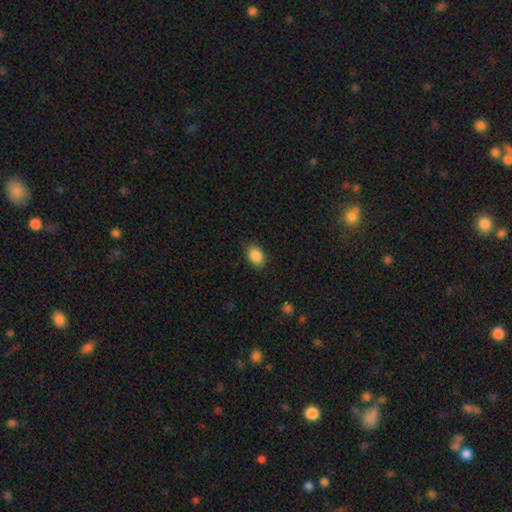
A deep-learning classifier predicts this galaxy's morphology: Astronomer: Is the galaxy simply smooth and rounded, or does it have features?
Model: smooth — 88%.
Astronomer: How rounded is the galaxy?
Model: in between — 75%.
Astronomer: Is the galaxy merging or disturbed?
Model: none — 82%.